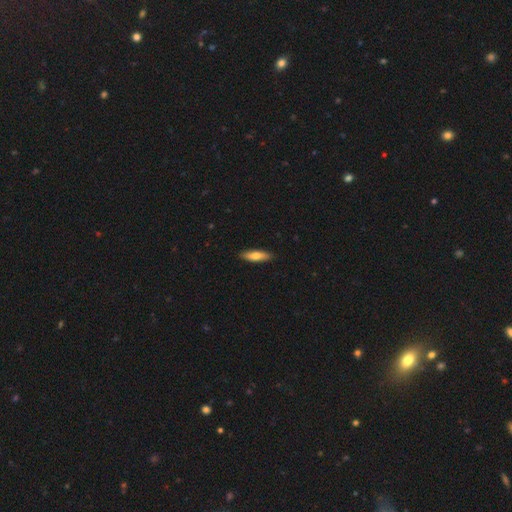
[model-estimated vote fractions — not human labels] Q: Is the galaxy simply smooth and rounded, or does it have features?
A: smooth — 69%.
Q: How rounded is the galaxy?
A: cigar-shaped — 61%.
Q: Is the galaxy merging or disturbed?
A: none — 90%.